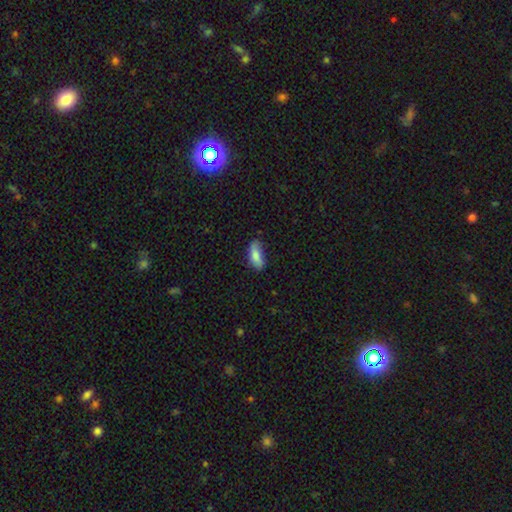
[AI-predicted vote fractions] This appears to be a smooth galaxy with no disk features (81%) that is in between round and cigar-shaped (81%). Merging: none (62%).